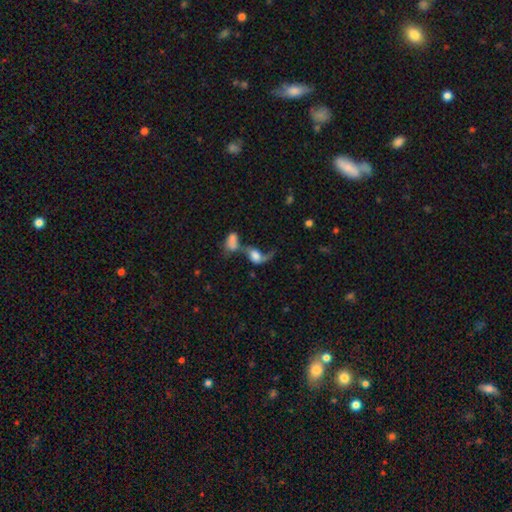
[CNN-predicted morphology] Smooth or featured: smooth — 47% (featured or disk — 41%)
Merging: merger — 58% (major disturbance — 20%)